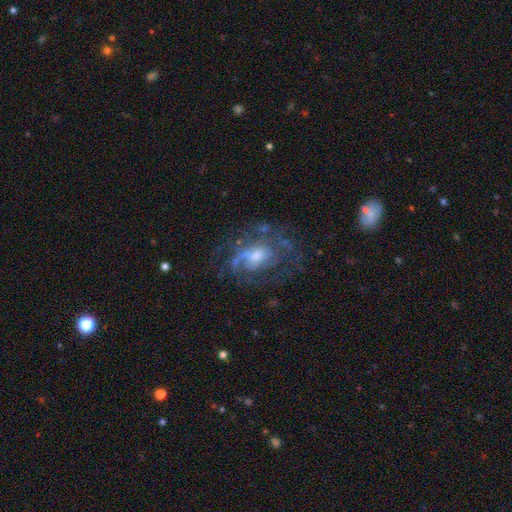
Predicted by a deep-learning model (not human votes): This appears to be a featured or disk galaxy (78%) with no bar (64%), medium (40%, tied with tight) spiral arms (80%) and a moderate central bulge (51%). Merging: none (57%).